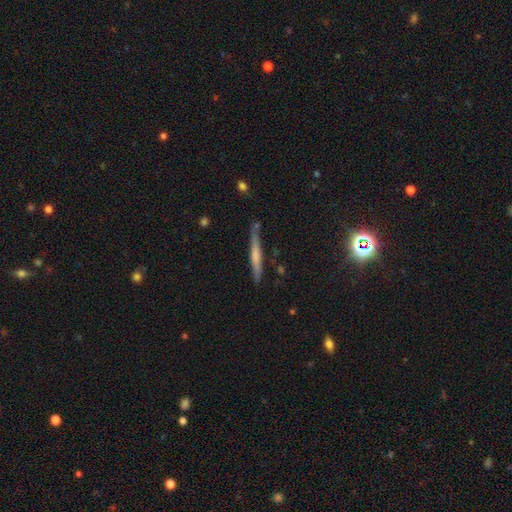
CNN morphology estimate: smooth-or-featured: smooth: 49% | featured or disk: 44% | star or artifact: 7%
  merging: none: 82% | minor disturbance: 13% | merger: 3% | major disturbance: 2%